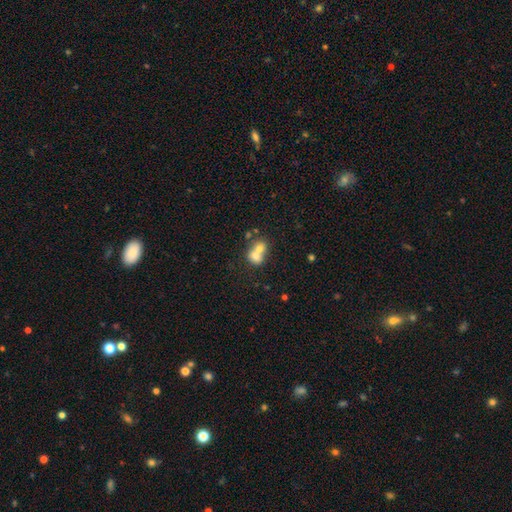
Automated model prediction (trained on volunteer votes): This appears to be a smooth galaxy with no disk features (68%) that is round (53%). Merging: merger (70%).